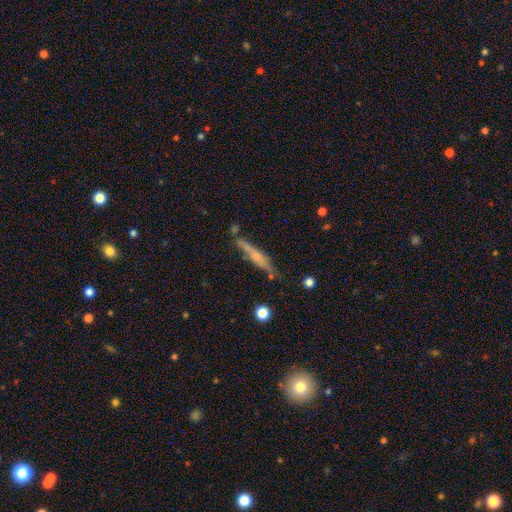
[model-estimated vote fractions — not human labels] Q: Smooth or featured?
A: featured or disk (51%); runner-up: smooth (41%)
Q: Edge-on disk?
A: yes (92%); runner-up: no (8%)
Q: Merging?
A: none (71%); runner-up: minor disturbance (19%)